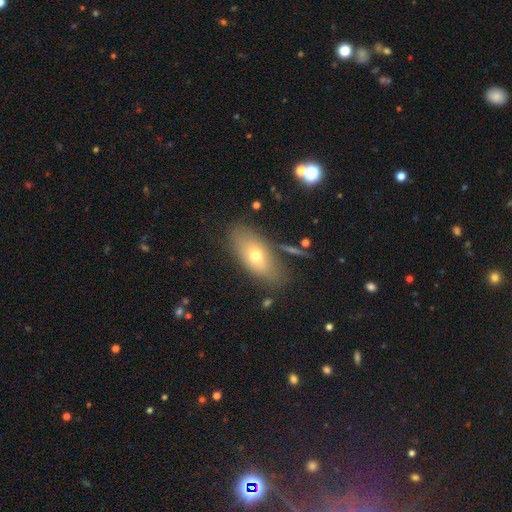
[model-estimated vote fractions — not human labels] Q: Smooth or featured?
A: smooth (65%); runner-up: featured or disk (26%)
Q: How rounded?
A: in between (85%); runner-up: cigar-shaped (9%)
Q: Merging?
A: none (75%); runner-up: minor disturbance (15%)